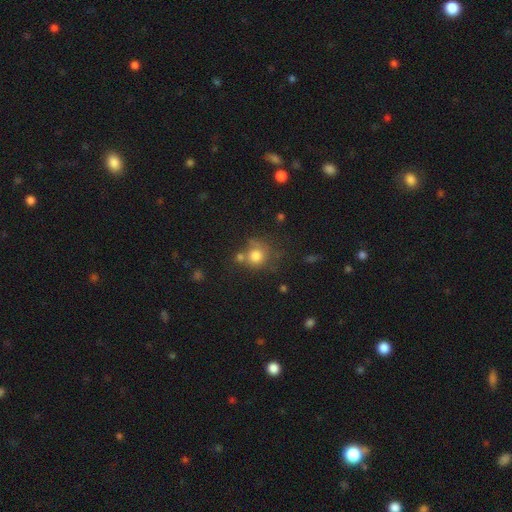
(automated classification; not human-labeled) smooth_or_featured: smooth (p=0.78) [alt: star or artifact p=0.11]
how_rounded: round (p=0.85) [alt: in between p=0.14]
merging: none (p=0.52) [alt: merger p=0.23]